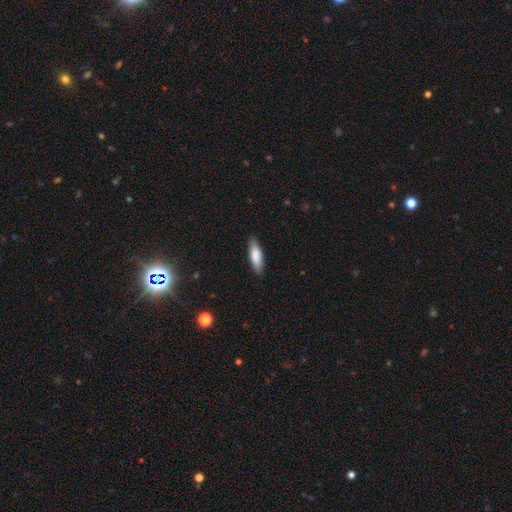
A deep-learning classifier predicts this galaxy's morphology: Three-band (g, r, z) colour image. It shows a smooth galaxy with no disk features (84%) that is in between round and cigar-shaped (53%). Merging: none (86%).